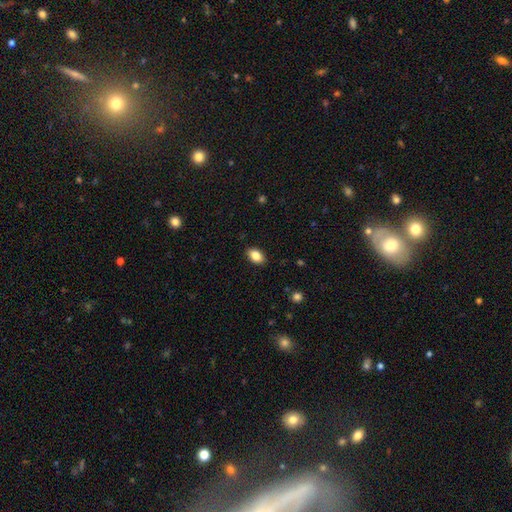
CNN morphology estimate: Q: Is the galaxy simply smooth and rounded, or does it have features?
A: smooth — 85%.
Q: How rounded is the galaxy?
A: in between — 87%.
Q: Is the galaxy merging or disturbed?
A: none — 88%.